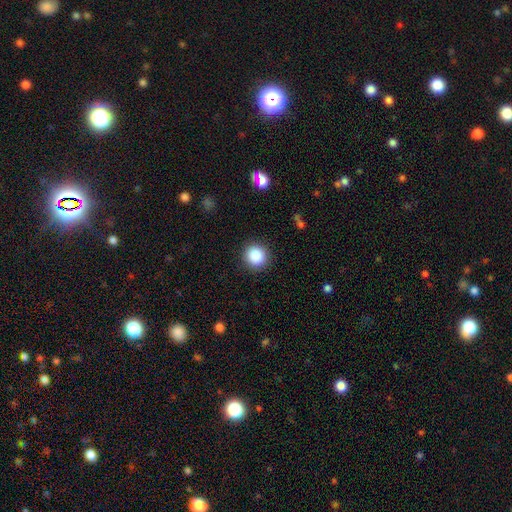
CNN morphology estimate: Q: Smooth or featured?
A: smooth (87%); runner-up: star or artifact (9%)
Q: How rounded?
A: round (93%); runner-up: in between (7%)
Q: Merging?
A: none (91%); runner-up: minor disturbance (6%)